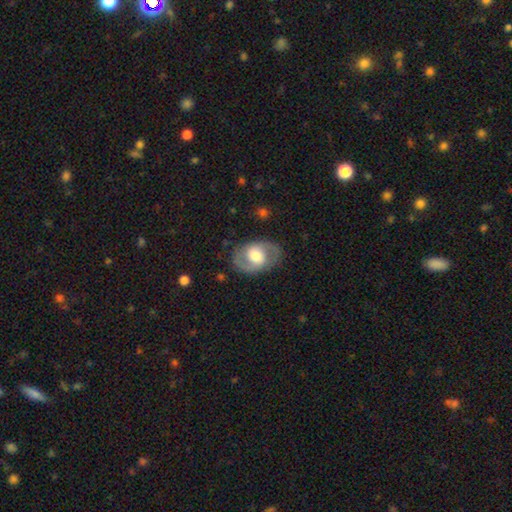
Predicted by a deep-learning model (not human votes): Smooth or featured? Predicted: featured or disk (p=0.60). Edge-on disk? Predicted: no (p=0.94). Bar? Predicted: no (p=0.53). Spiral arms? Predicted: yes (p=0.64). Bulge size? Predicted: moderate (p=0.55). Merging? Predicted: none (p=0.79).